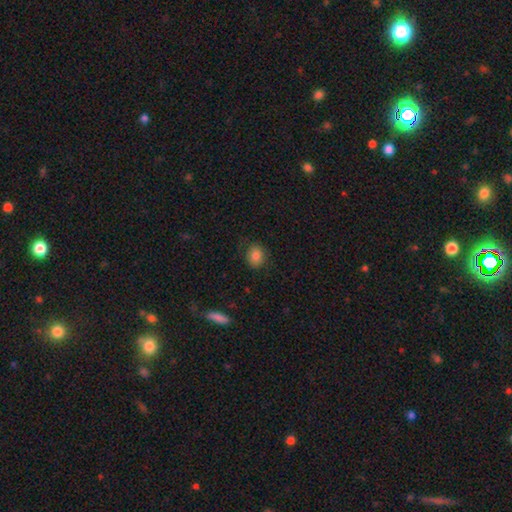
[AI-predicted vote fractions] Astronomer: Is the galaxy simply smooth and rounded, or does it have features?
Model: smooth — 83%.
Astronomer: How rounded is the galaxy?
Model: round — 56% (runner-up: in between, 43%).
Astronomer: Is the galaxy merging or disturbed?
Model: none — 81%.